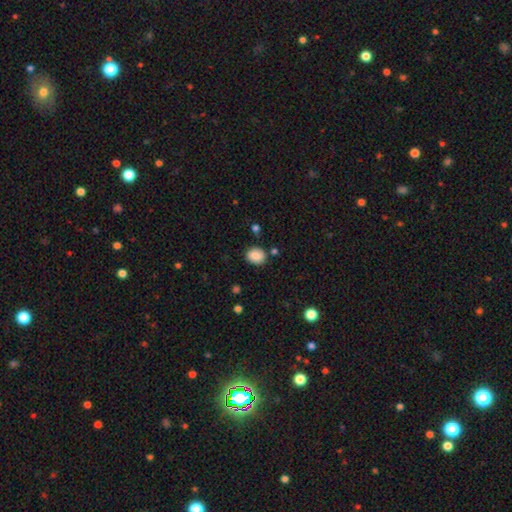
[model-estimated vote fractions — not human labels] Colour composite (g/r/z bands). It shows a smooth galaxy with no disk features (85%) that is round (60%). Merging: none (82%).